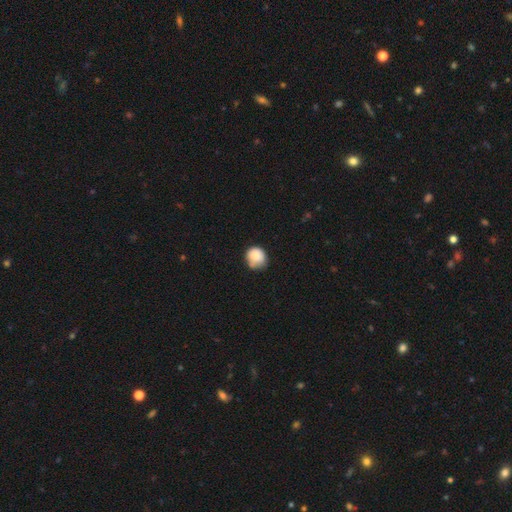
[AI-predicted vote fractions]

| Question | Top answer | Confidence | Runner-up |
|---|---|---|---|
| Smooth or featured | smooth | 84% | star or artifact (8%) |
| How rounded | round | 84% | in between (15%) |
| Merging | none | 59% | minor disturbance (28%) |